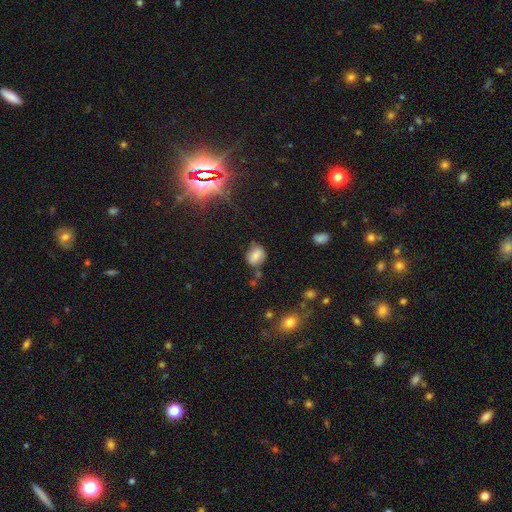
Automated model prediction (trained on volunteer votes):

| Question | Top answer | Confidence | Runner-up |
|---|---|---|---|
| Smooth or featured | smooth | 70% | featured or disk (17%) |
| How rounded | round | 51% | in between (48%) |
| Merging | none | 65% | minor disturbance (21%) |